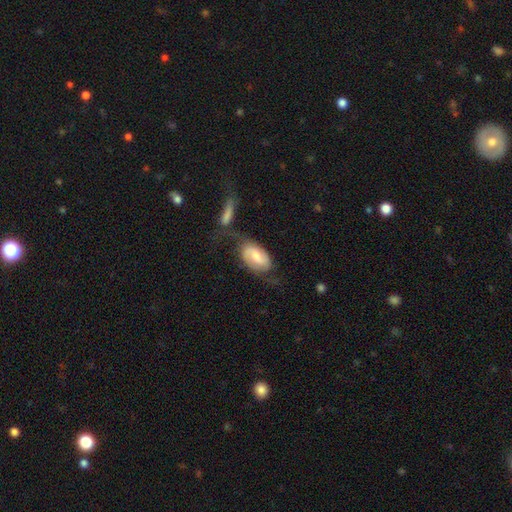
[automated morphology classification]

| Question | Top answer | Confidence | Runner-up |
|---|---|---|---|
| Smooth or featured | featured or disk | 48% | smooth (45%) |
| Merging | none | 43% | minor disturbance (21%) |